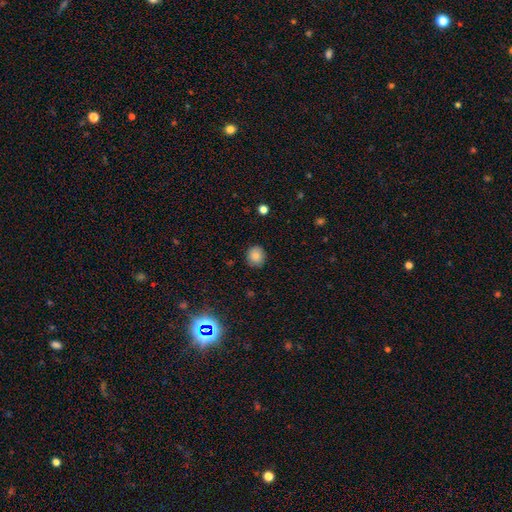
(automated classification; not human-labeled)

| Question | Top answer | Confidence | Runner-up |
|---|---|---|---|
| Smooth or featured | smooth | 83% | star or artifact (11%) |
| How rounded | round | 86% | in between (13%) |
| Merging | none | 87% | minor disturbance (10%) |